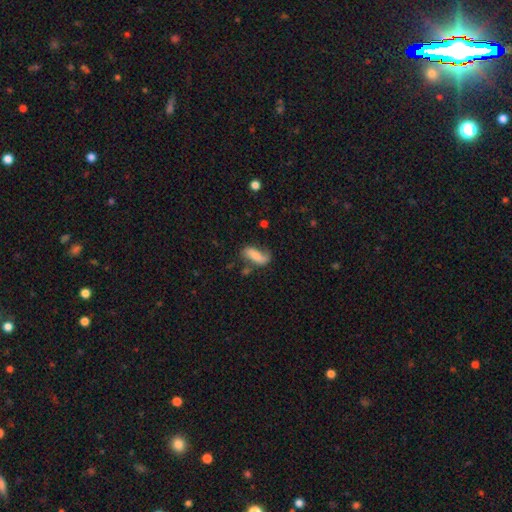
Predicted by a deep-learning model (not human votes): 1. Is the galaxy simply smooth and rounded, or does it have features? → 56% smooth, 35% featured or disk, 8% star or artifact.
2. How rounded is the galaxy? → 75% in between, 22% cigar-shaped, 3% round.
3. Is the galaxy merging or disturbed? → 47% none, 26% minor disturbance, 20% major disturbance, 8% merger.